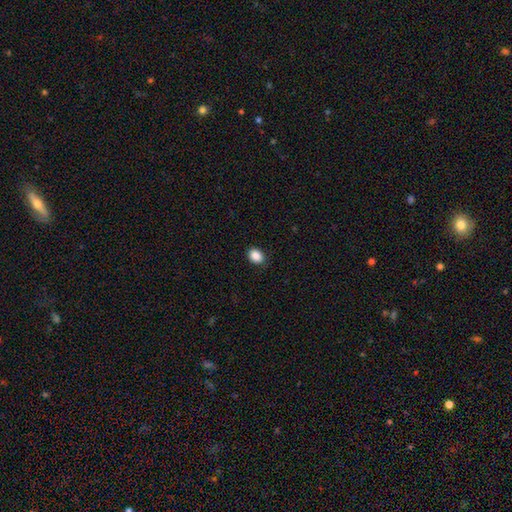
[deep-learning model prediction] smooth_or_featured: smooth (p=0.88) [alt: star or artifact p=0.09]
how_rounded: in between (p=0.58) [alt: round p=0.41]
merging: none (p=0.88) [alt: minor disturbance p=0.09]